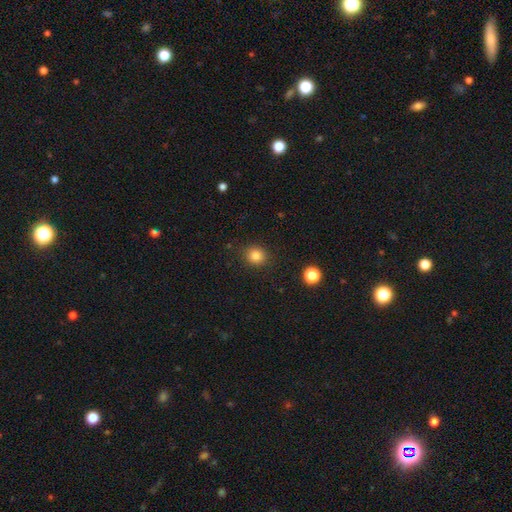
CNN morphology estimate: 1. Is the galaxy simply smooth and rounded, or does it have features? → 83% smooth, 12% star or artifact, 5% featured or disk.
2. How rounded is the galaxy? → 81% round, 18% in between, 1% cigar-shaped.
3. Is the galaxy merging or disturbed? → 87% none, 8% minor disturbance, 3% major disturbance, 1% merger.